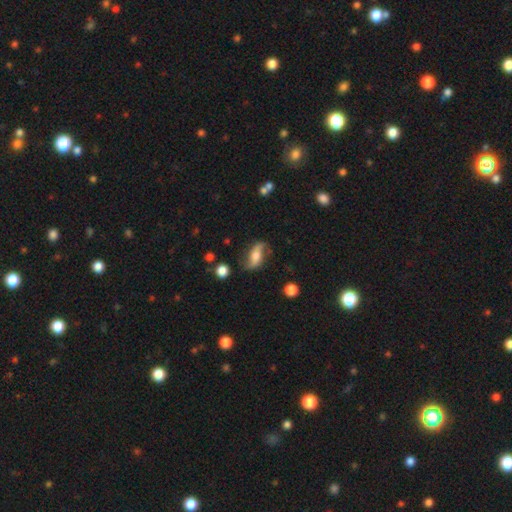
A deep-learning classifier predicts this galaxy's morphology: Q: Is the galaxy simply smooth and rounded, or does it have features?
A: featured or disk — 61%.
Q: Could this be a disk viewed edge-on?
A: no — 88%.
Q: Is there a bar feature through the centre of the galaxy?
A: no — 48%.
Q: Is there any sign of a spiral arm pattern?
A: yes — 89%.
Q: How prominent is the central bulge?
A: moderate — 50%.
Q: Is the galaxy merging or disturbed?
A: none — 70%.